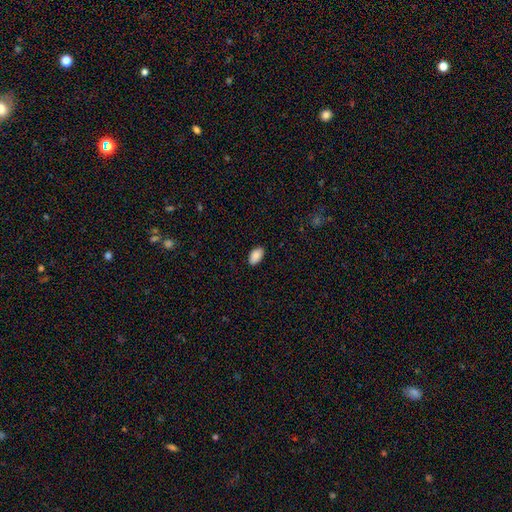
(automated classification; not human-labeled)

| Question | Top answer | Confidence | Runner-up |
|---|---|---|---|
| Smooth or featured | smooth | 89% | star or artifact (7%) |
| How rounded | in between | 94% | round (4%) |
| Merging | none | 87% | minor disturbance (10%) |